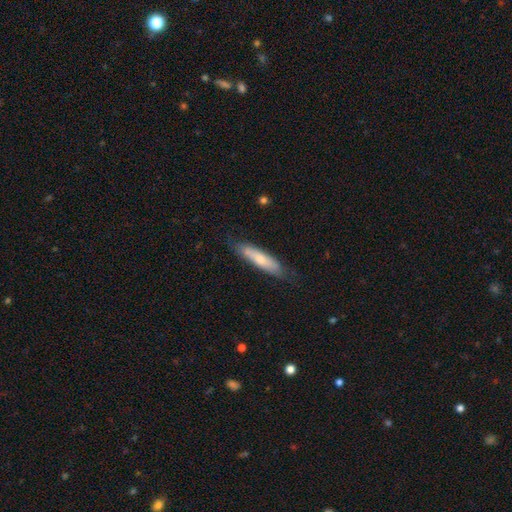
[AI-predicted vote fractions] This is possibly a smooth galaxy (54%). How rounded: clearly cigar-shaped (83%). Merging: clearly none (83%).